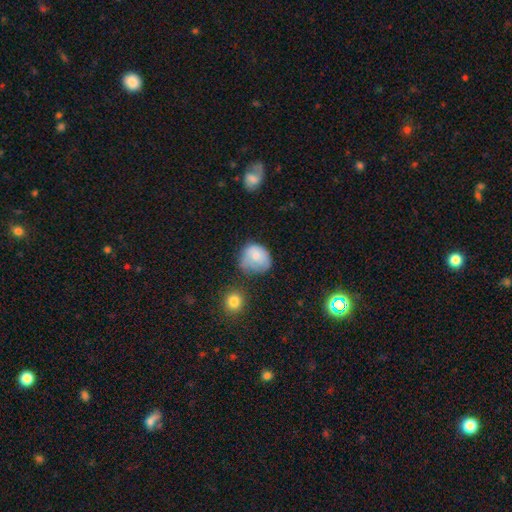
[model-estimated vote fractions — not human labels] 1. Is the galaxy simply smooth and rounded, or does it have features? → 72% smooth, 20% featured or disk, 8% star or artifact.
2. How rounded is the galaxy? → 67% round, 32% in between, 1% cigar-shaped.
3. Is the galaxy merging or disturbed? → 38% none, 36% minor disturbance, 19% major disturbance, 7% merger.